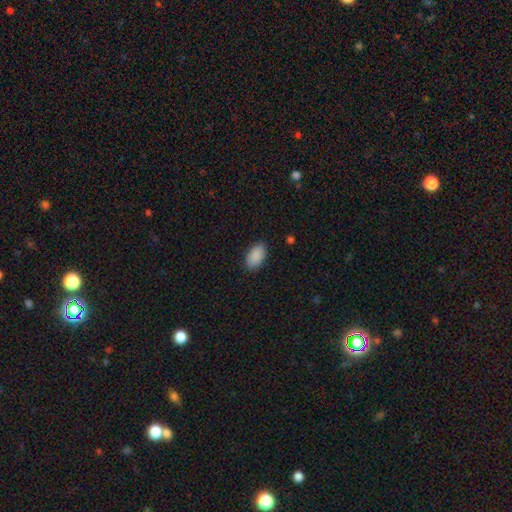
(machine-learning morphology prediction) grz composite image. It shows a smooth galaxy with no disk features (90%) that is in between round and cigar-shaped (94%). Merging: none (87%).